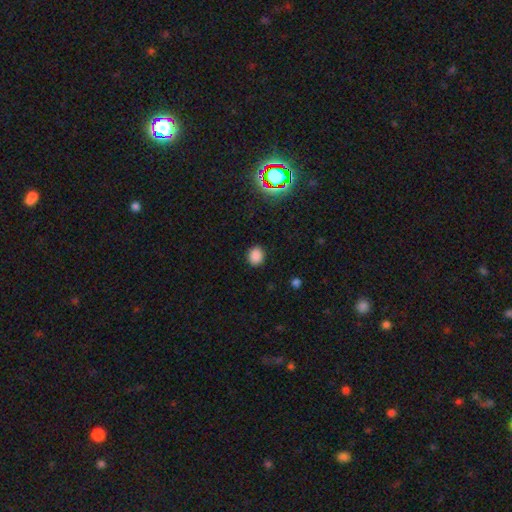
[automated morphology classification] The model was most divided on "how rounded": round: 65%, in between: 34%, cigar-shaped: 1%. More confident: merging — none (89%); smooth or featured — smooth (84%).